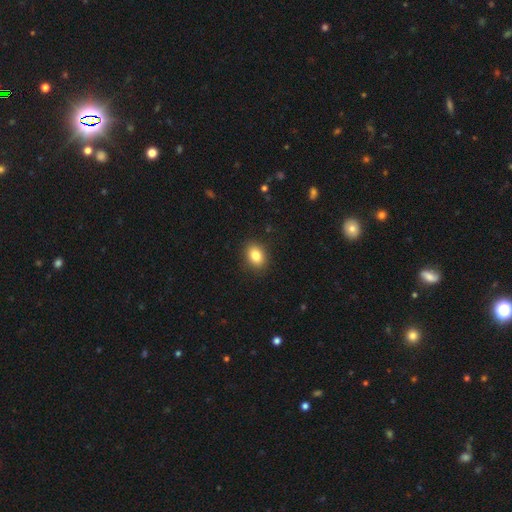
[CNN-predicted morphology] Overall: smooth (84%). How rounded: in between (70%). Merging: none (88%).